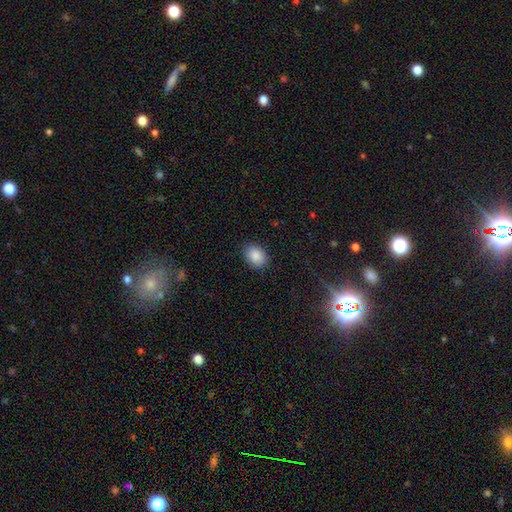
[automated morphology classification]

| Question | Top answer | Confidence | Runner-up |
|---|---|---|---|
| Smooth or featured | smooth | 89% | star or artifact (8%) |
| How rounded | in between | 71% | round (28%) |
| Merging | none | 86% | minor disturbance (10%) |